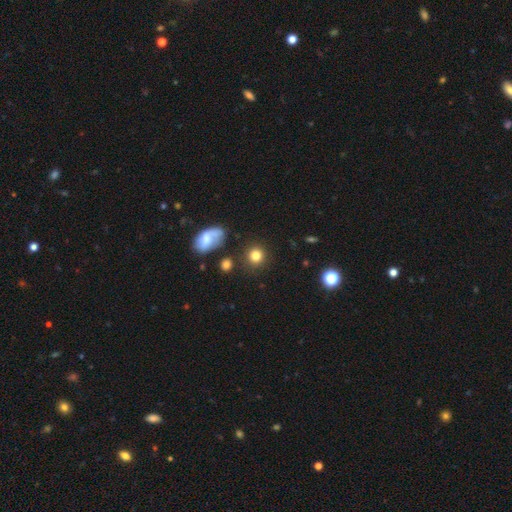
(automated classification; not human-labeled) Smooth or featured? Predicted: smooth (p=0.80). How rounded? Predicted: round (p=0.88). Merging? Predicted: none (p=0.84).